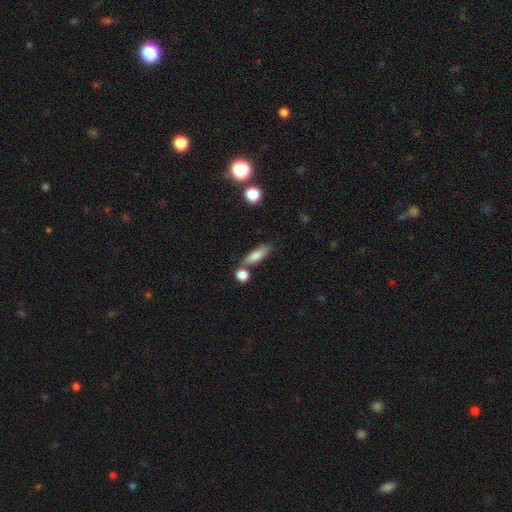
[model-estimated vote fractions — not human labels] Smooth or featured: smooth — 77% (featured or disk — 16%)
How rounded: cigar-shaped — 48% (in between — 47%)
Merging: none — 66% (merger — 17%)